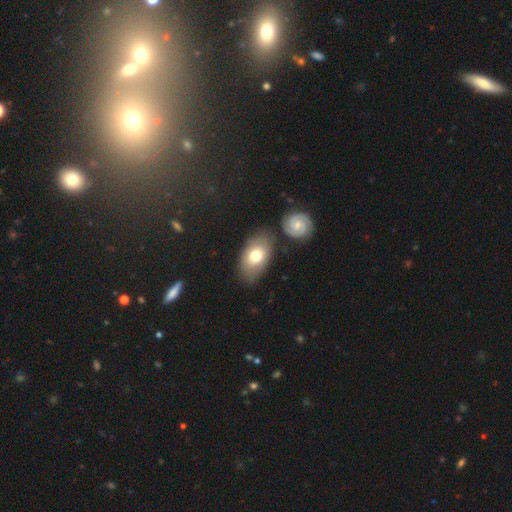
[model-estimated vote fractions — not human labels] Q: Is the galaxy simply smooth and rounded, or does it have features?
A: smooth — 65%.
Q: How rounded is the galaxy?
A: in between — 88%.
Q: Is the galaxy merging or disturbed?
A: none — 68%.